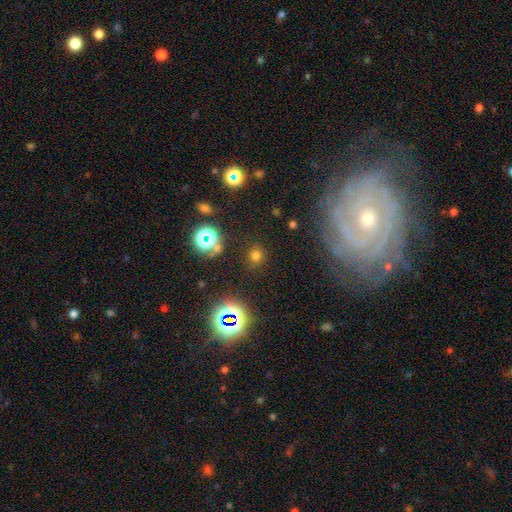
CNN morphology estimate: This appears to be a smooth galaxy with no disk features (64%) that is round (83%). Merging: none (84%).